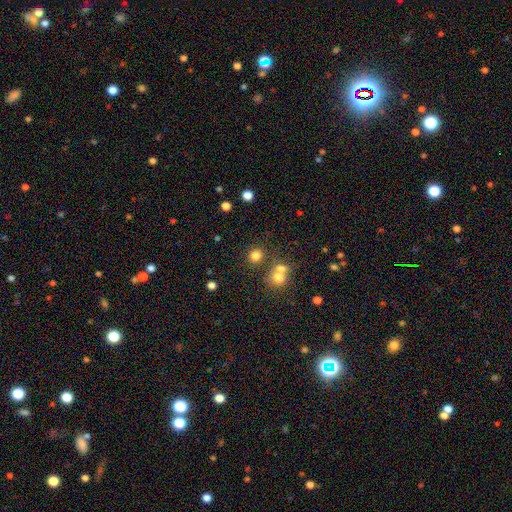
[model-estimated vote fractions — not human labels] smooth-or-featured: smooth: 78% | star or artifact: 15% | featured or disk: 7%
  how-rounded: round: 84% | in between: 15% | cigar-shaped: 1%
  merging: none: 74% | merger: 15% | minor disturbance: 7% | major disturbance: 4%